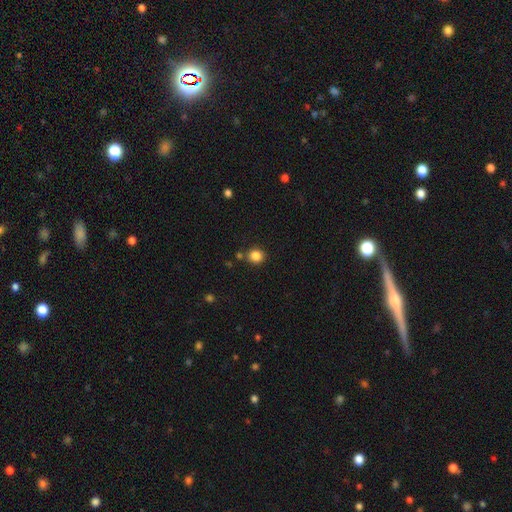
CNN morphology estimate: The model was most divided on "how rounded": round: 84%, in between: 15%, cigar-shaped: 1%. More confident: smooth or featured — smooth (85%); merging — none (81%).